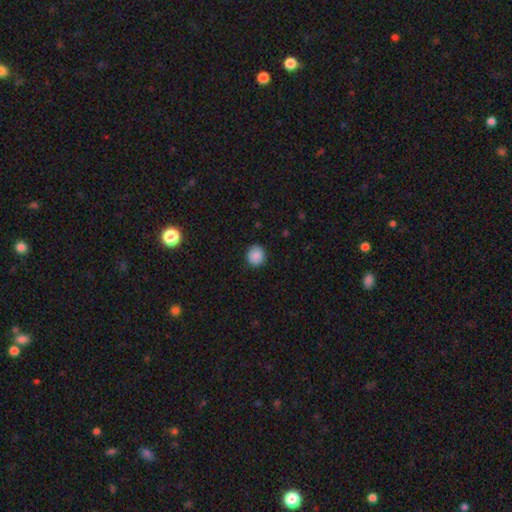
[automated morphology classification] Overall: smooth (88%). How rounded: round (89%). Merging: none (89%).